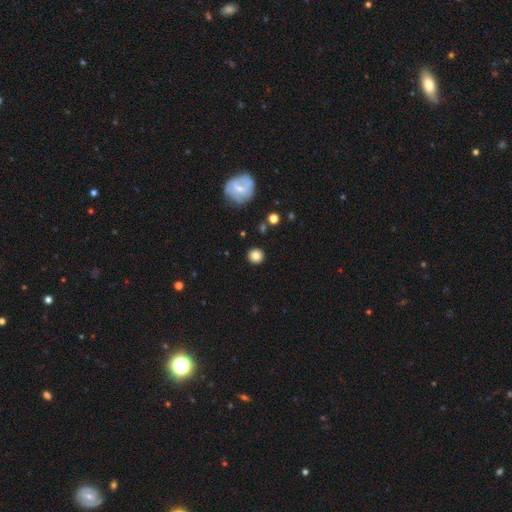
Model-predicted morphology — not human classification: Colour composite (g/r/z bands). It shows a smooth galaxy with no disk features (82%) that is round (93%). Merging: none (90%).